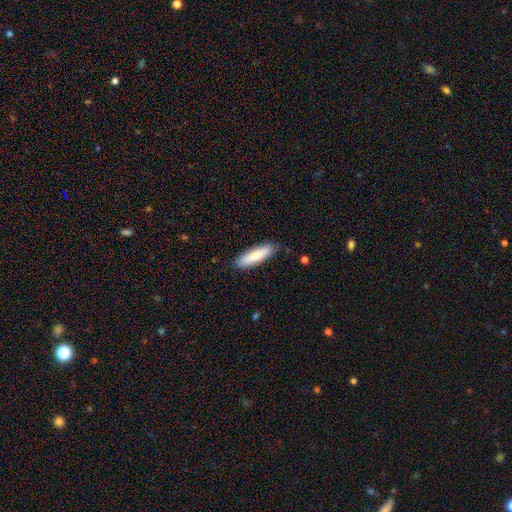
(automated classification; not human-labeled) A smooth galaxy with no disk features (65%) that is cigar-shaped (58%). Merging: none (85%).